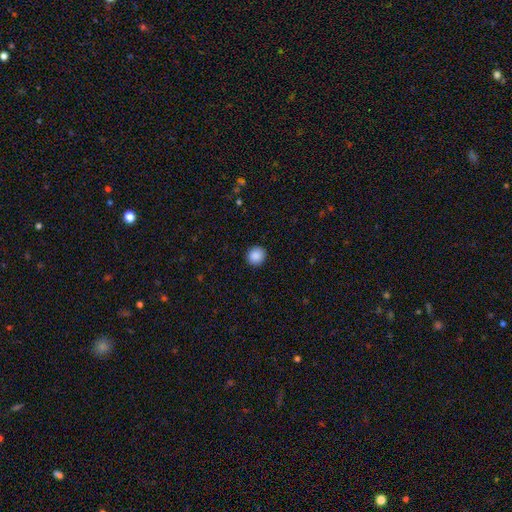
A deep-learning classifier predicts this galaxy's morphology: Smooth or featured?
  - smooth: 88% *
  - star or artifact: 9%
  - featured or disk: 3%
How rounded?
  - round: 87% *
  - in between: 12%
  - cigar-shaped: 1%
Merging?
  - none: 92% *
  - minor disturbance: 6%
  - major disturbance: 2%
  - merger: 1%